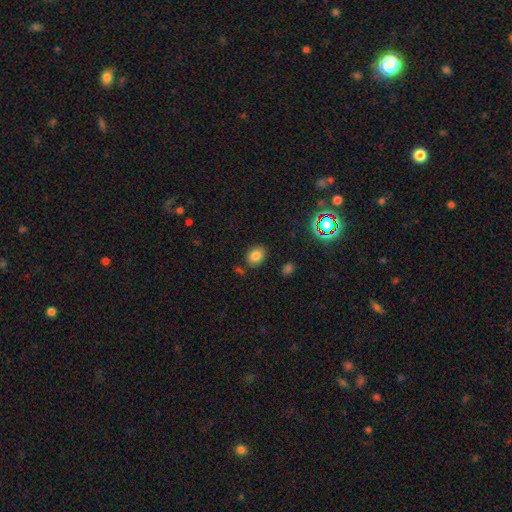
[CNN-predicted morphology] Overall: smooth (80%). How rounded: in between (54%; round 45%). Merging: none (82%).